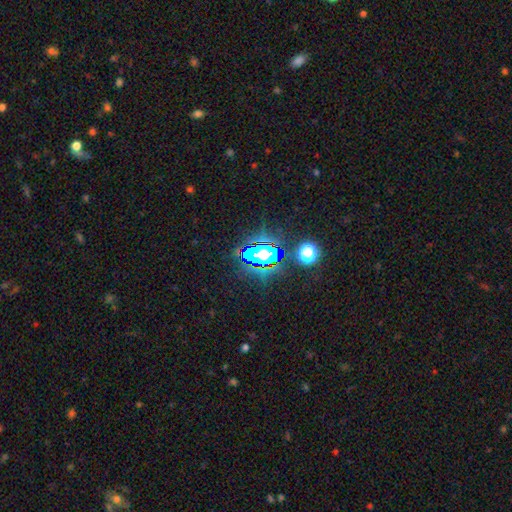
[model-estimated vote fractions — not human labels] Smooth or featured? star or artifact (78%)